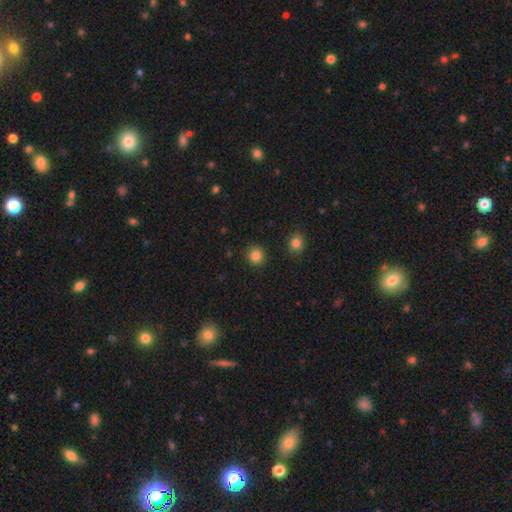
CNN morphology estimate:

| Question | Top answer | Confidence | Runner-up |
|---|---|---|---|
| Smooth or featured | smooth | 85% | star or artifact (11%) |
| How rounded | round | 91% | in between (8%) |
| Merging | none | 91% | minor disturbance (5%) |